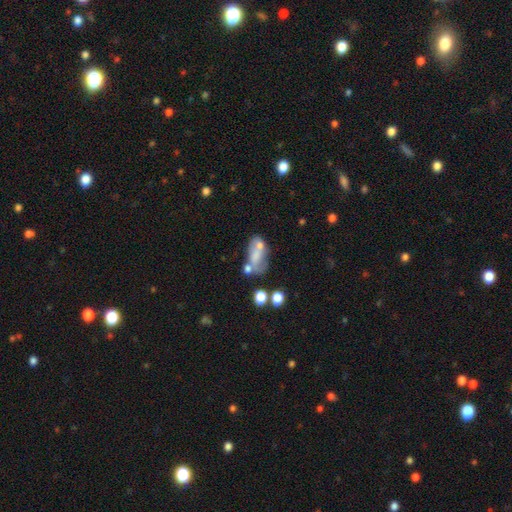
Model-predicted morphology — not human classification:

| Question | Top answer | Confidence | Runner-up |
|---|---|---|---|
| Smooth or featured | smooth | 50% | featured or disk (38%) |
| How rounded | in between | 87% | round (9%) |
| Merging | merger | 36% | none (27%) |